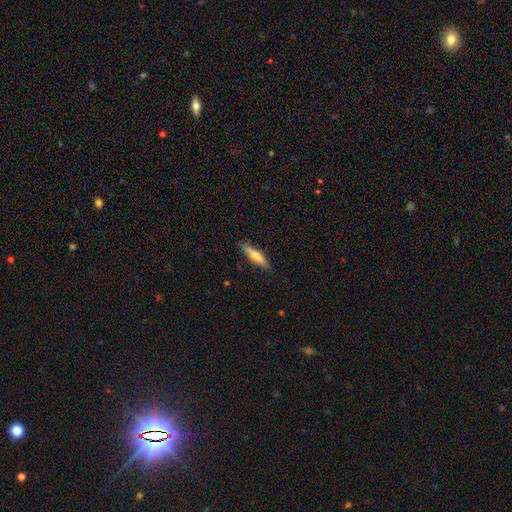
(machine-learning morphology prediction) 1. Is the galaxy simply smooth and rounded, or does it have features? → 58% smooth, 36% featured or disk, 6% star or artifact.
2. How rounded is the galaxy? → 79% cigar-shaped, 19% in between, 2% round.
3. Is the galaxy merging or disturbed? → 88% none, 9% minor disturbance, 2% major disturbance, 1% merger.